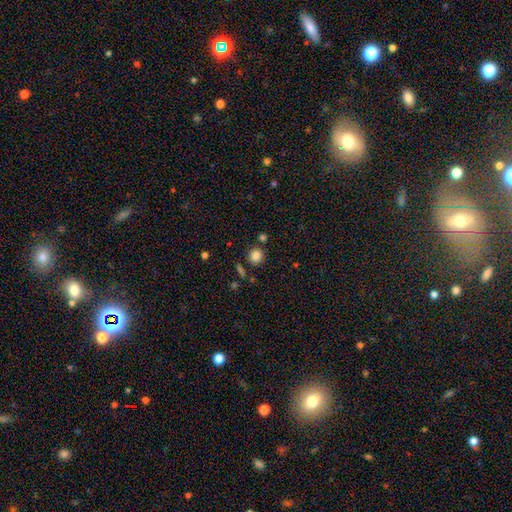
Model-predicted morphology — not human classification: Smooth or featured? Predicted: smooth (p=0.84). How rounded? Predicted: round (p=0.90). Merging? Predicted: none (p=0.83).